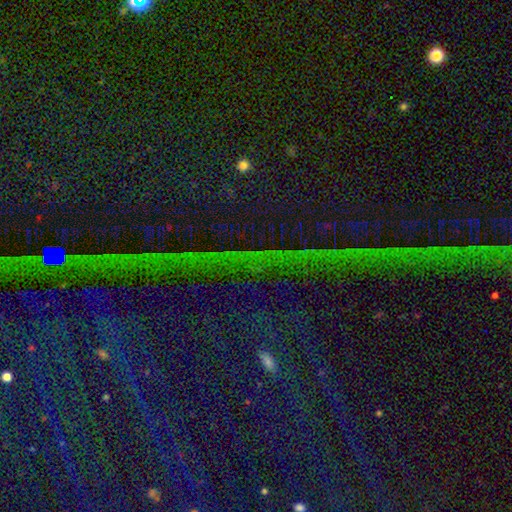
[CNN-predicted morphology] smooth_or_featured: star or artifact (p=0.84) [alt: smooth p=0.08]